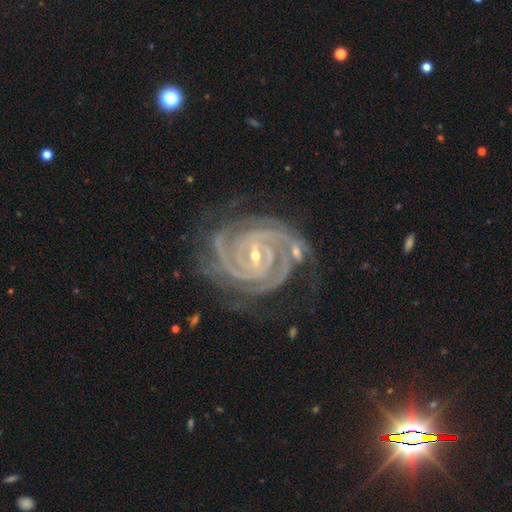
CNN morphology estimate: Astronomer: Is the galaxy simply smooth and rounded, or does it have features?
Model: featured or disk — 93%.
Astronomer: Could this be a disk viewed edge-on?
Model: no — 98%.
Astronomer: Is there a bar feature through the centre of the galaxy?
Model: weak — 42% (runner-up: strong, 41%).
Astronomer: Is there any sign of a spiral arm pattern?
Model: yes — 99%.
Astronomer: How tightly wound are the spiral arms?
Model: tight — 82%.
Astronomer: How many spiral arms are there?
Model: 3 — 27% (runner-up: 4, 26%).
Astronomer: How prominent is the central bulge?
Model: small — 71%.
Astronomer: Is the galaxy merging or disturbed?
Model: none — 68%.